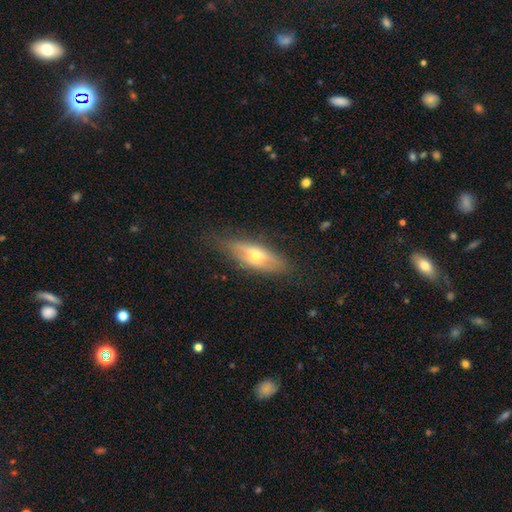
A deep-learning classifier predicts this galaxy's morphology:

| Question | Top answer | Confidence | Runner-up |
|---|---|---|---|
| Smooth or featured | featured or disk | 53% | smooth (40%) |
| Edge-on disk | yes | 73% | no (27%) |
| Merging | none | 75% | minor disturbance (19%) |